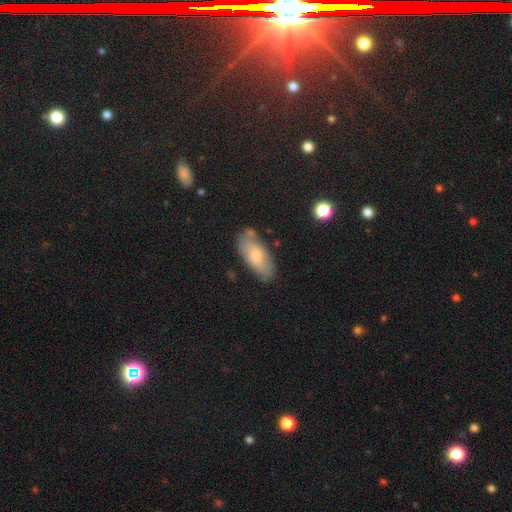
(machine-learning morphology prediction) Q: Smooth or featured?
A: smooth (69%); runner-up: featured or disk (24%)
Q: How rounded?
A: in between (87%); runner-up: cigar-shaped (11%)
Q: Merging?
A: none (72%); runner-up: minor disturbance (19%)